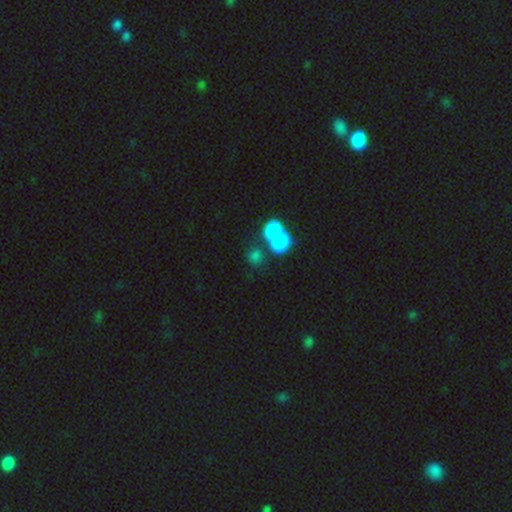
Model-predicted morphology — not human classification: Smooth or featured? smooth (73%)
How rounded? round (58%)
Merging? merger (53%)